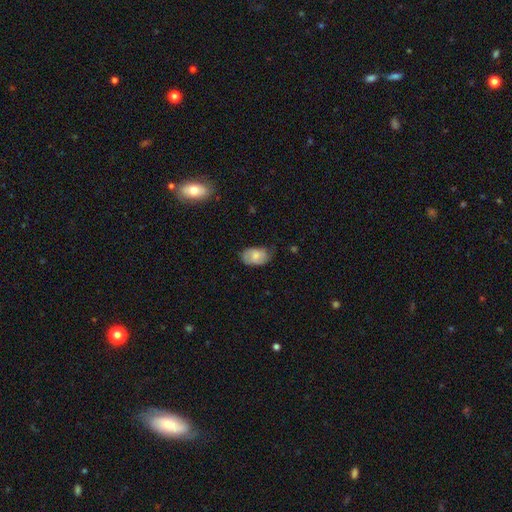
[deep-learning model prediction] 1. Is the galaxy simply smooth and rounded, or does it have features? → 66% smooth, 27% featured or disk, 7% star or artifact.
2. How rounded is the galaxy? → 87% in between, 12% round, 1% cigar-shaped.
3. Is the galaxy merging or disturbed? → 59% none, 32% minor disturbance, 7% major disturbance, 1% merger.